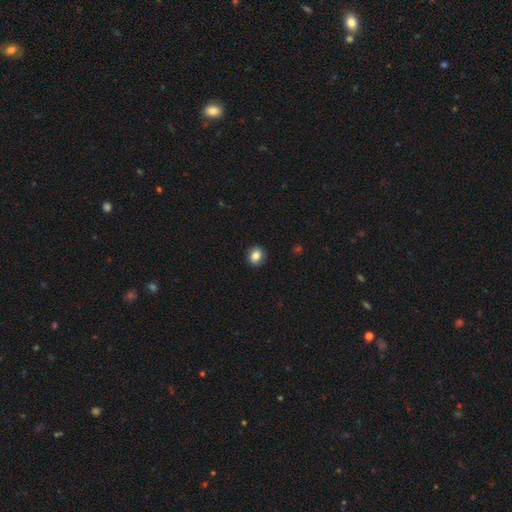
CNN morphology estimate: type=smooth (84%); roundness=round (62%); merging=none (90%).